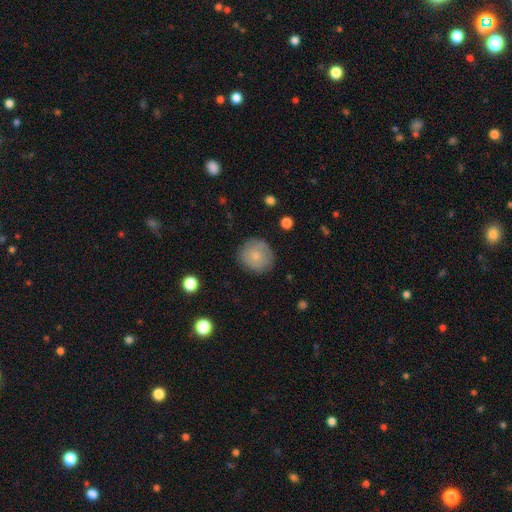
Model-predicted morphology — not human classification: Smooth or featured: smooth — 71% (featured or disk — 22%)
How rounded: round — 86% (in between — 13%)
Merging: none — 81% (minor disturbance — 14%)